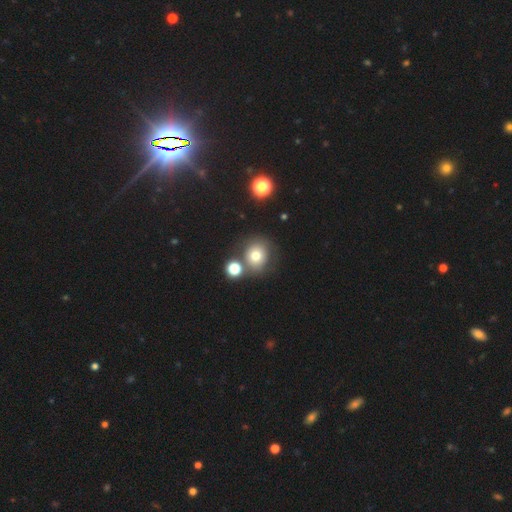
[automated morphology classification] A smooth galaxy with no disk features (72%) that is round (82%). Merging: none (67%).